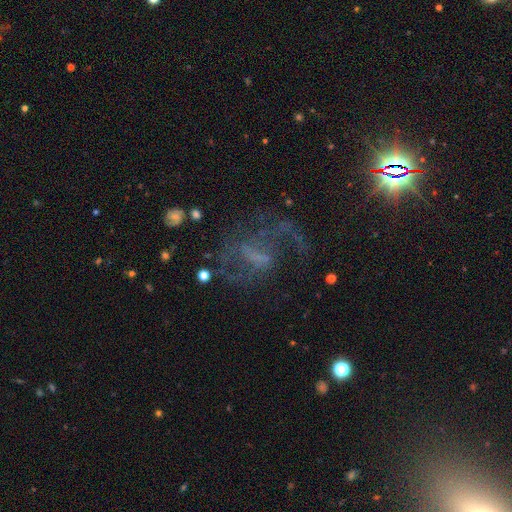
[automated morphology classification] type=featured or disk (68%); edge-on=no (96%); bar=weak (42%); spiral arms=yes (77%); winding=loose (46%); arm count=2 (59%); bulge=none (55%); merging=none (49%).